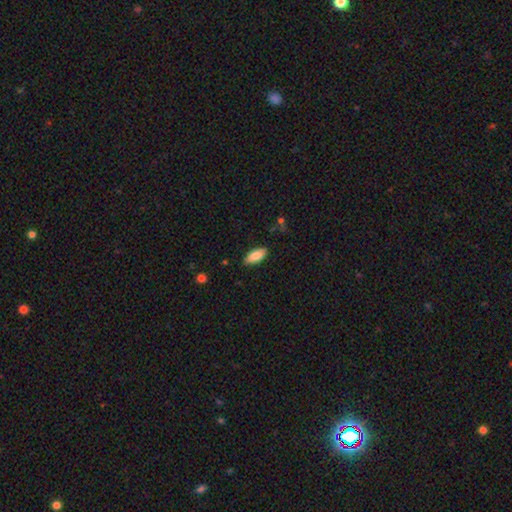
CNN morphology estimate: Overall: smooth (84%). How rounded: in between (82%). Merging: none (86%).